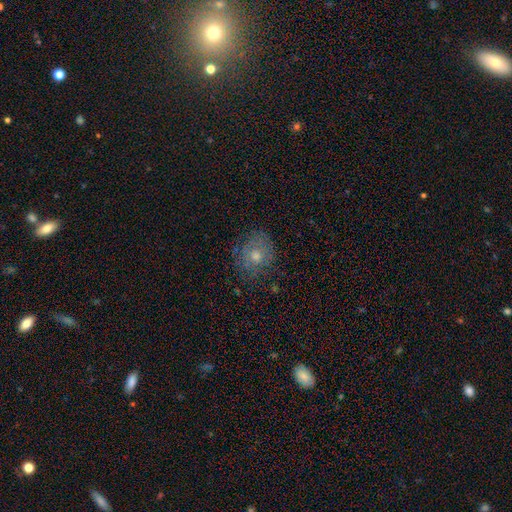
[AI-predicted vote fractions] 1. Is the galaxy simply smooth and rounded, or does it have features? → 53% smooth, 29% featured or disk, 17% star or artifact.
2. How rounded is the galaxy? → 73% round, 26% in between, 1% cigar-shaped.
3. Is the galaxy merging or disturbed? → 76% none, 17% minor disturbance, 6% major disturbance, 1% merger.